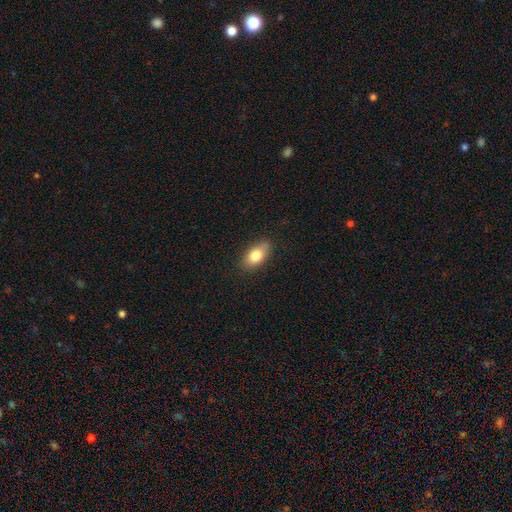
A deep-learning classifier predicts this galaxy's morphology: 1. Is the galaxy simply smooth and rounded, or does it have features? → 78% smooth, 14% featured or disk, 8% star or artifact.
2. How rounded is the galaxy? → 88% in between, 7% round, 5% cigar-shaped.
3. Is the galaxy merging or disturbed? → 80% none, 16% minor disturbance, 3% major disturbance, 1% merger.